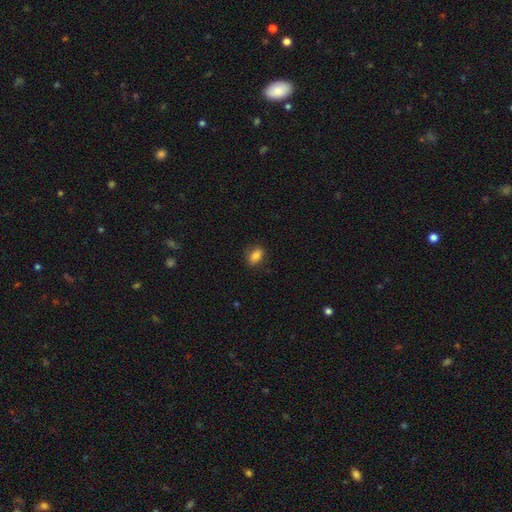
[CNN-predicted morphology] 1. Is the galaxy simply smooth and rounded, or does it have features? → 84% smooth, 10% star or artifact, 7% featured or disk.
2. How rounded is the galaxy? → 81% in between, 16% round, 3% cigar-shaped.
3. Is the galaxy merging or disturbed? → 82% none, 14% minor disturbance, 3% major disturbance, 1% merger.